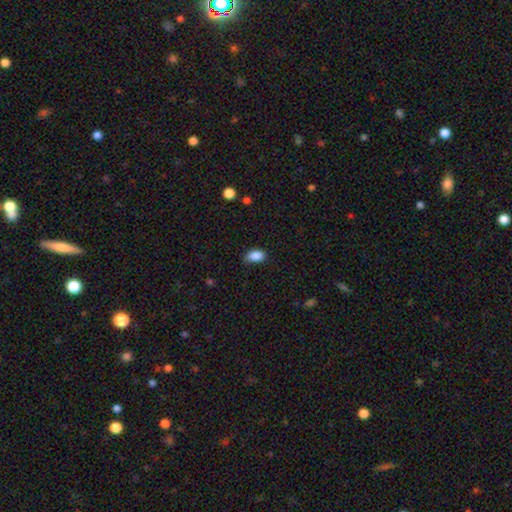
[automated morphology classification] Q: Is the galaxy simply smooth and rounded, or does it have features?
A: smooth — 87%.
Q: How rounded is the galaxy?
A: in between — 90%.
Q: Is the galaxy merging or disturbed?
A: none — 72%.